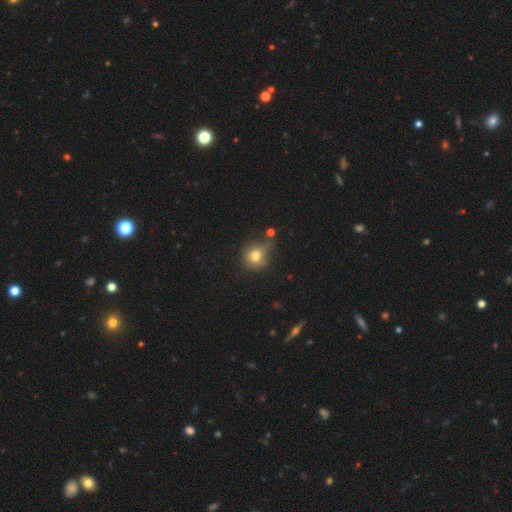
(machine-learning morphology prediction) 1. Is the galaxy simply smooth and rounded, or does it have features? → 76% smooth, 13% star or artifact, 10% featured or disk.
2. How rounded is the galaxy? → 83% round, 16% in between, 1% cigar-shaped.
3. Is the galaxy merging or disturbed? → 52% none, 26% minor disturbance, 11% merger, 11% major disturbance.